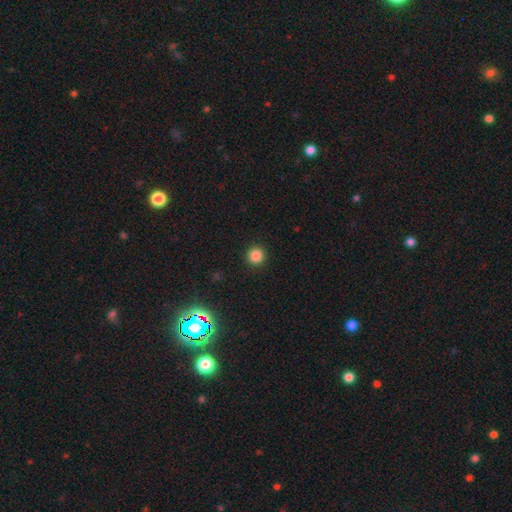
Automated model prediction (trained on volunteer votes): Smooth or featured? smooth (84%)
How rounded? round (95%)
Merging? none (92%)